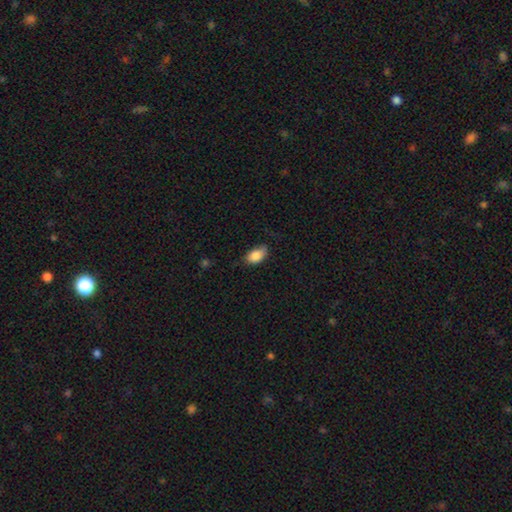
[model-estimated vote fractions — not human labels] smooth 85%, featured or disk 8%, star or artifact 7%. Down the decision tree: how rounded — in between (90%); merging — none (62%).